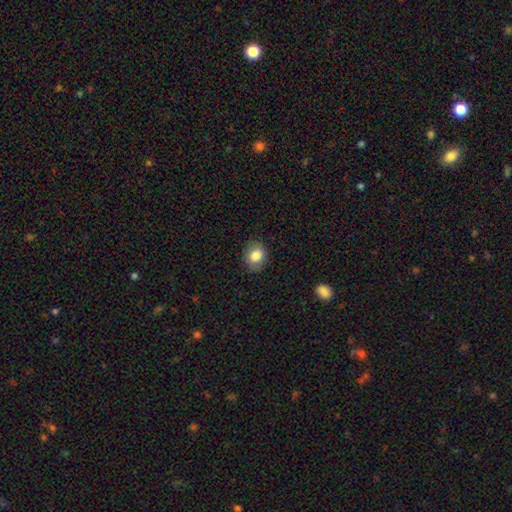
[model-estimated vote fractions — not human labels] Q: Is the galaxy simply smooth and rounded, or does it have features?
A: smooth — 83%.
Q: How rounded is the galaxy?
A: round — 54%.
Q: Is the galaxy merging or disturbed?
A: none — 84%.